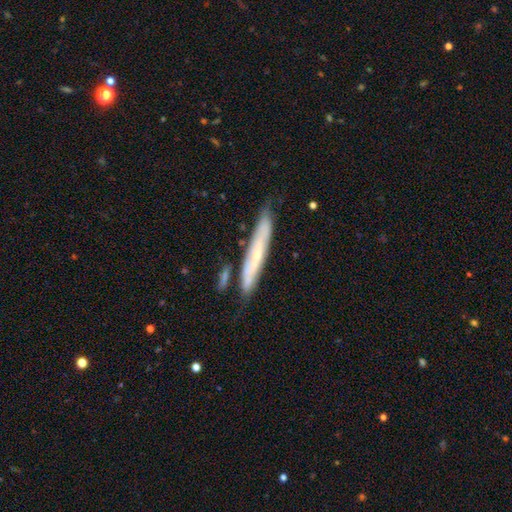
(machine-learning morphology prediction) This is possibly a featured or disk galaxy (54%). It is likely viewed edge-on (72%). Merging: likely none (73%).